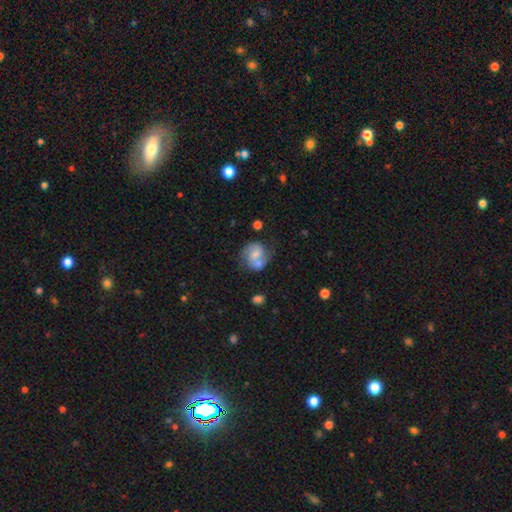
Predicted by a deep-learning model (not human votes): Overall: featured or disk (50%; smooth 42%). Merging: none (40%; merger 37%).